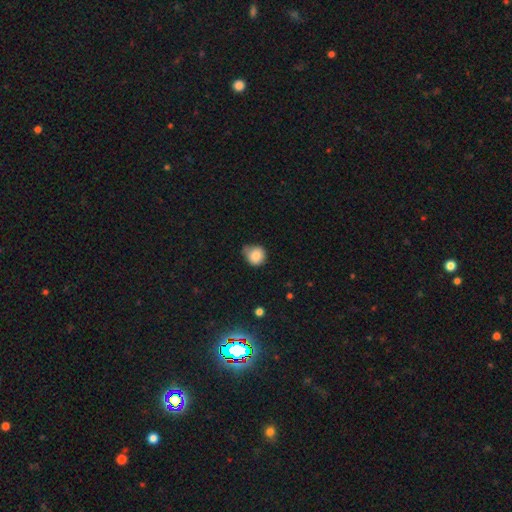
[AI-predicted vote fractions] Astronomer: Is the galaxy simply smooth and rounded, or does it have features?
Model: smooth — 83%.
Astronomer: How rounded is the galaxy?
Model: round — 84%.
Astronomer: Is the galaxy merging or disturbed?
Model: none — 47% (runner-up: minor disturbance, 39%).